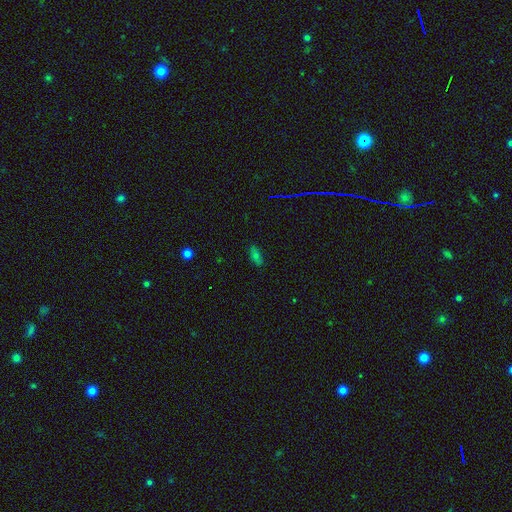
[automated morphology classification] type=smooth (53%); roundness=in between (75%); merging=none (82%).